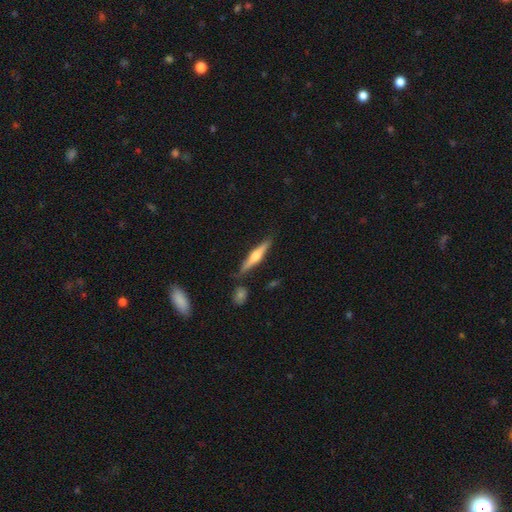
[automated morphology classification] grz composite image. It shows a featured or disk galaxy (59%) viewed edge-on (96%) with a rounded central bulge (88%). Merging: none (82%).